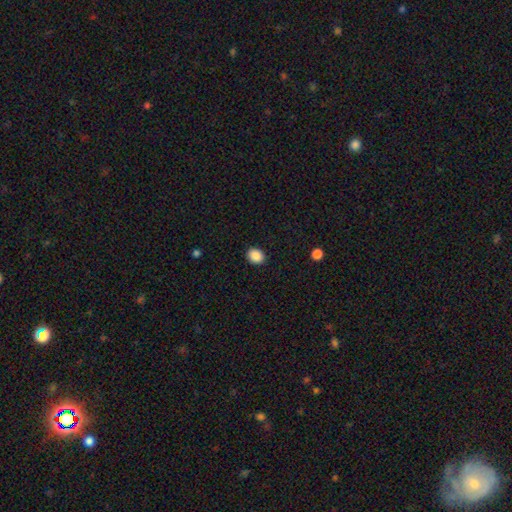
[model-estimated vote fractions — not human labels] Morphology: type=smooth (89%); roundness=round (52%); merging=none (90%).